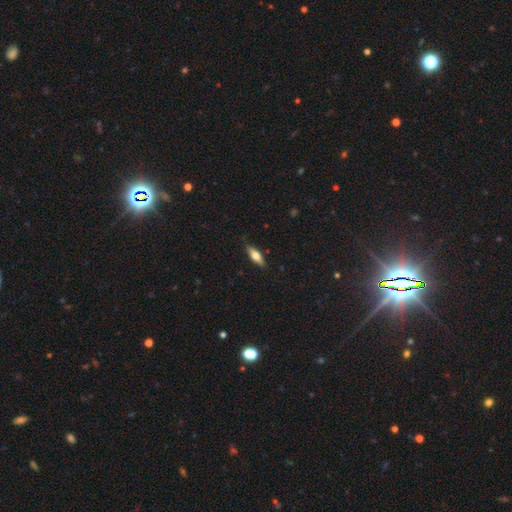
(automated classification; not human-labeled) Q: Smooth or featured?
A: smooth (64%); runner-up: featured or disk (30%)
Q: How rounded?
A: in between (58%); runner-up: cigar-shaped (40%)
Q: Merging?
A: none (87%); runner-up: minor disturbance (10%)